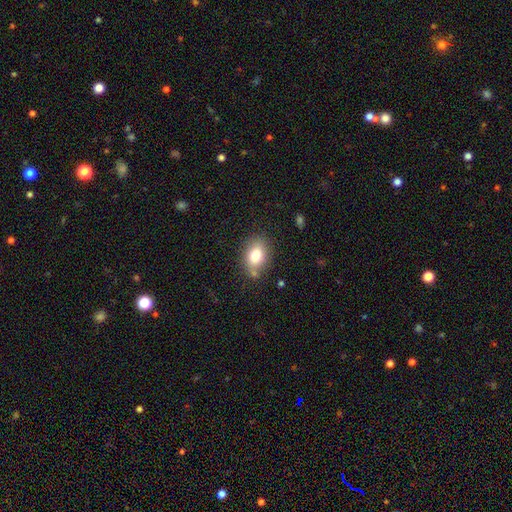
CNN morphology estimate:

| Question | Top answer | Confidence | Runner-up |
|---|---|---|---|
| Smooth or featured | smooth | 78% | featured or disk (12%) |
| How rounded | in between | 71% | round (28%) |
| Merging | none | 76% | minor disturbance (15%) |